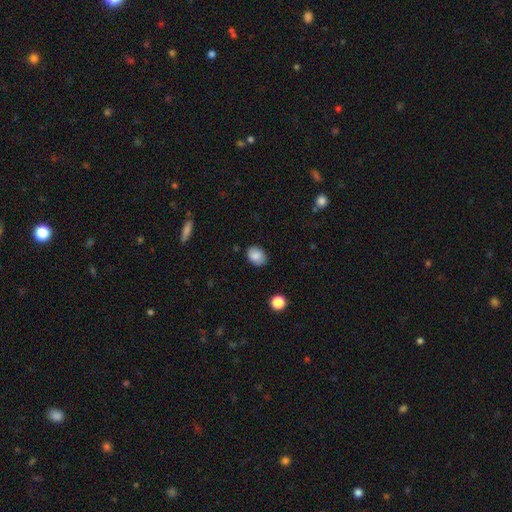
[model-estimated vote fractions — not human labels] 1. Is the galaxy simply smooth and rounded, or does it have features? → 85% smooth, 8% star or artifact, 7% featured or disk.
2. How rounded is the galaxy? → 74% in between, 25% round, 1% cigar-shaped.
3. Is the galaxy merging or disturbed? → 84% none, 13% minor disturbance, 3% major disturbance, 1% merger.